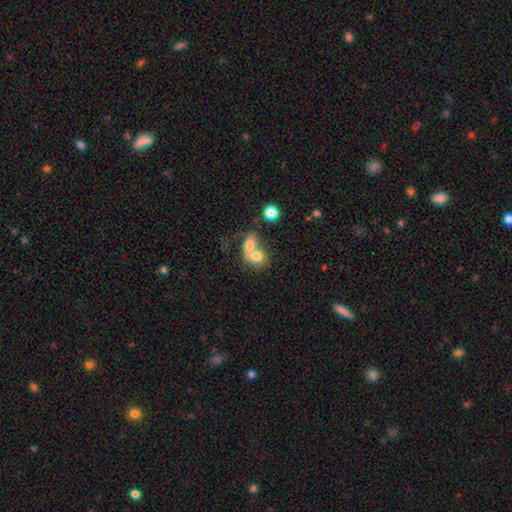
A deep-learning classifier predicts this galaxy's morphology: Q: Smooth or featured?
A: smooth (73%); runner-up: featured or disk (18%)
Q: How rounded?
A: round (51%); runner-up: in between (47%)
Q: Merging?
A: merger (72%); runner-up: none (18%)